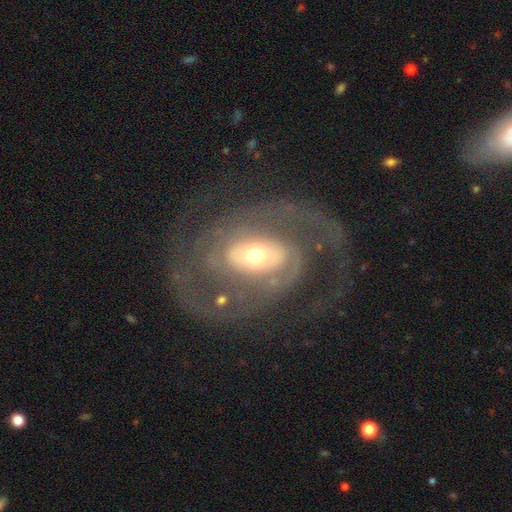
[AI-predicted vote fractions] Smooth or featured? Predicted: featured or disk (p=0.85). Edge-on disk? Predicted: no (p=0.96). Bar? Predicted: no (p=0.51). Spiral arms? Predicted: yes (p=0.86). Spiral winding? Predicted: medium (p=0.41). Spiral arm count? Predicted: 2 (p=0.64). Bulge size? Predicted: moderate (p=0.58). Merging? Predicted: none (p=0.60).